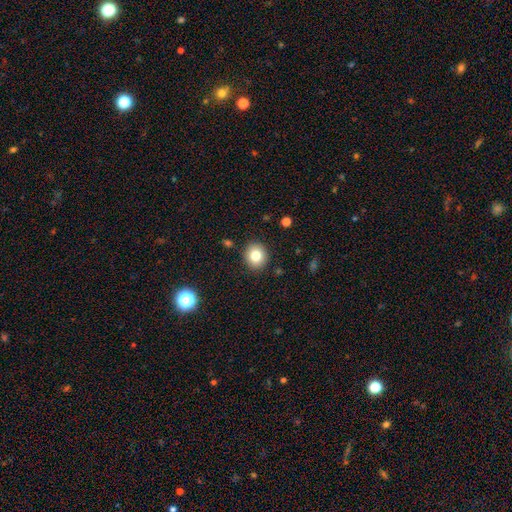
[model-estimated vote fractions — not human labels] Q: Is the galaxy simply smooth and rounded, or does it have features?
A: smooth — 79%.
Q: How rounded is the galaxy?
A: round — 83%.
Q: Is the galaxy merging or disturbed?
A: none — 90%.